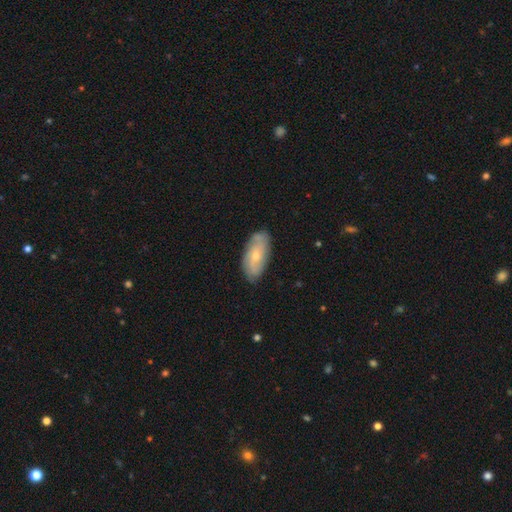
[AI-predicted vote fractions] featured or disk 56%, smooth 38%, star or artifact 6%. Down the decision tree: edge-on disk — no (90%); bar — no (71%); spiral arms — yes (81%); bulge size — small (63%); merging — none (78%).